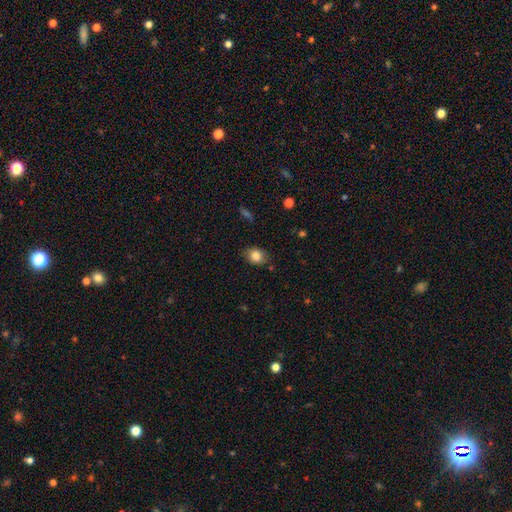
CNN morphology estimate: The model was most divided on "how rounded": in between: 62%, round: 37%, cigar-shaped: 1%. More confident: smooth or featured — smooth (84%); merging — none (78%).